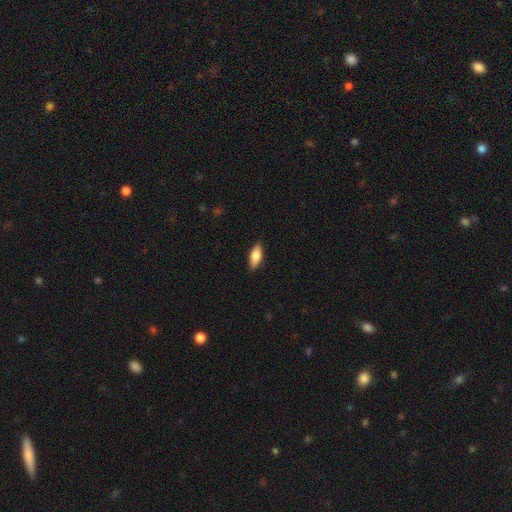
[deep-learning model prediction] A smooth galaxy with no disk features (73%) that is in between round and cigar-shaped (75%). Merging: none (87%).